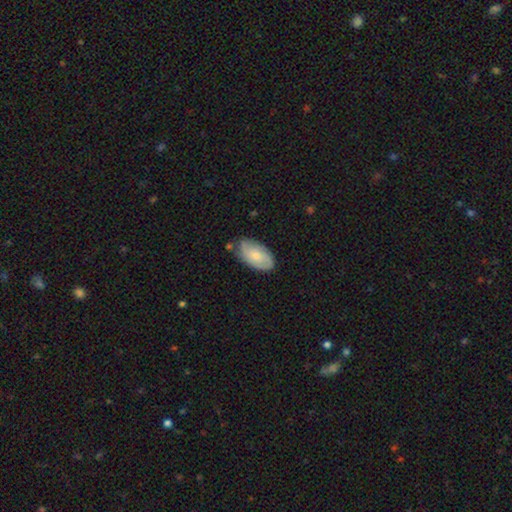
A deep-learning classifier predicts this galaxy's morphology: This appears to be a smooth galaxy with no disk features (53%) that is in between round and cigar-shaped (93%). Merging: none (70%).